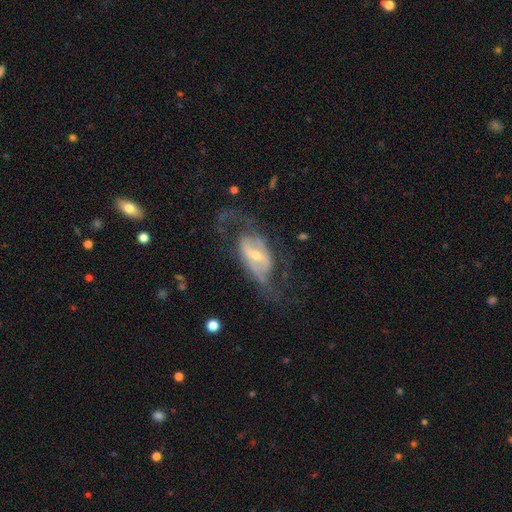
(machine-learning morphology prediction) This is likely a featured or disk galaxy (79%). It is clearly not viewed edge-on (91%). Bar: marginally weak (41%). Spiral arm pattern: likely yes (75%). Spiral arm count: likely 2 (73%). Spiral winding: marginally medium (44%). Central bulge: possibly small (49%). Merging: possibly none (53%).